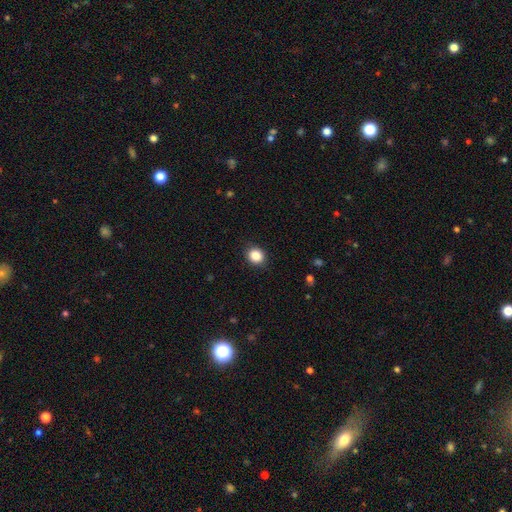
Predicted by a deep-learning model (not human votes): Morphology: type=smooth (87%); roundness=round (74%); merging=none (87%).